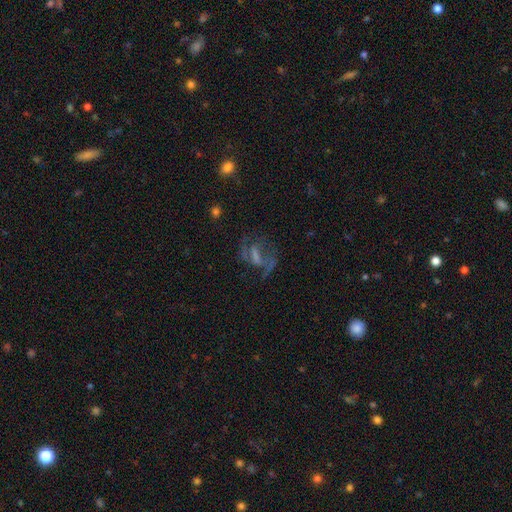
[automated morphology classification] A featured or disk galaxy (60%) with a weak bar (41%), spiral arms (70%) and no central bulge (40%). Merging: none (51%).